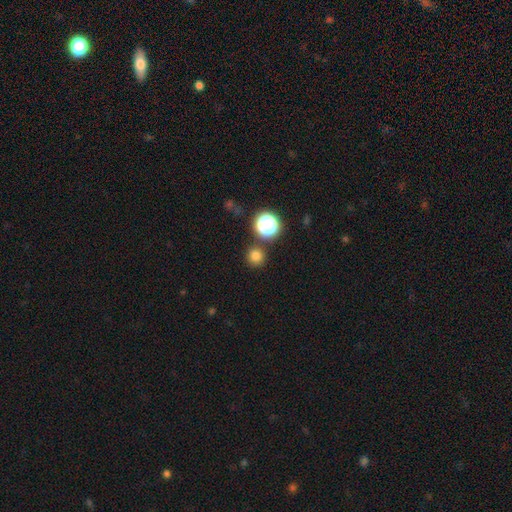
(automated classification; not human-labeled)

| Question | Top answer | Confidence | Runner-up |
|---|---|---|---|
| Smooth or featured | smooth | 78% | star or artifact (17%) |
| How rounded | round | 94% | in between (5%) |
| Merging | none | 86% | minor disturbance (6%) |